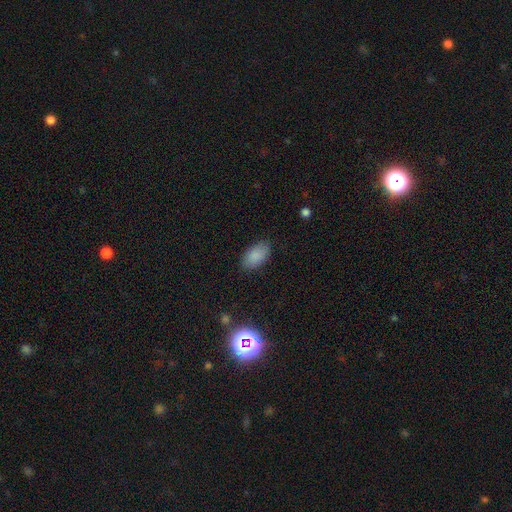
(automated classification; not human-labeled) Smooth or featured? Predicted: smooth (p=0.87). How rounded? Predicted: in between (p=0.94). Merging? Predicted: none (p=0.84).